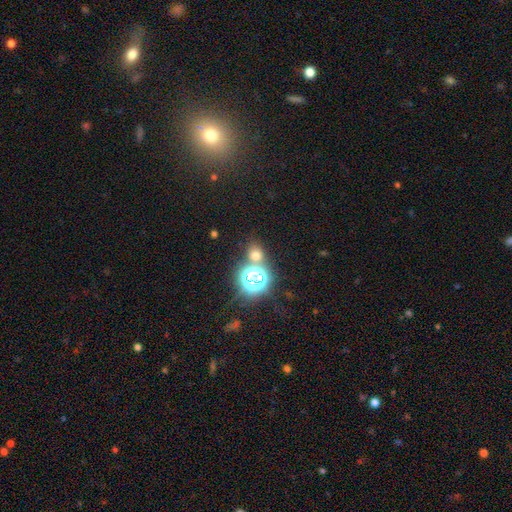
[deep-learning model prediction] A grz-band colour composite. It shows a smooth galaxy with no disk features (54%) that is round (70%). Merging: none (71%).